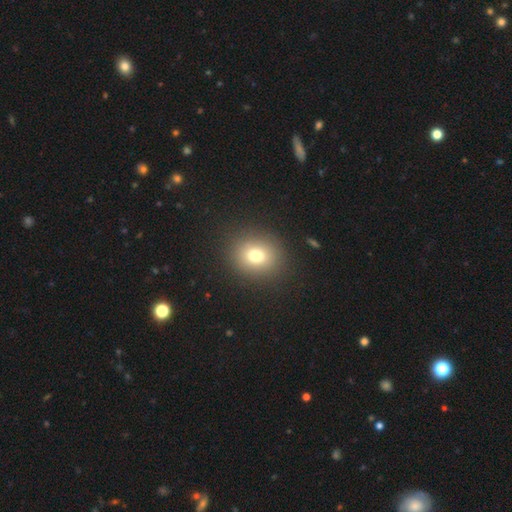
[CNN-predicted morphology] Smooth or featured? Predicted: smooth (p=0.75). How rounded? Predicted: round (p=0.70). Merging? Predicted: none (p=0.88).